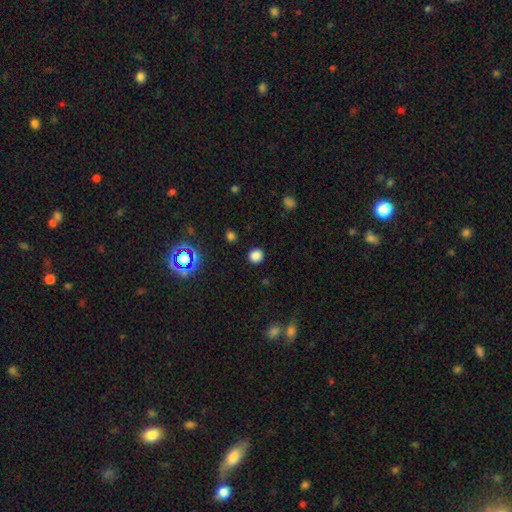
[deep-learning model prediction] Overall: smooth (80%). How rounded: round (92%). Merging: none (90%).